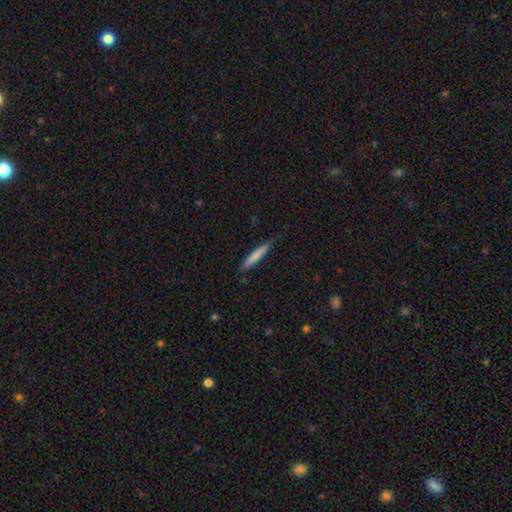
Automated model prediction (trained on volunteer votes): smooth 73%, featured or disk 21%, star or artifact 6%. Down the decision tree: how rounded — cigar-shaped (95%); merging — none (86%).